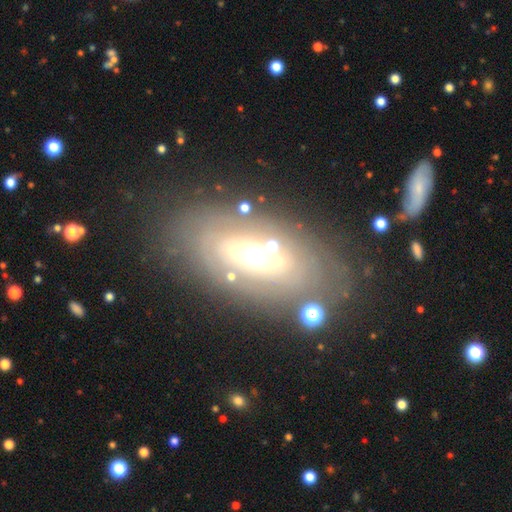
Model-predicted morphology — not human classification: A featured or disk galaxy (66%) with no bar (71%), no spiral arms (57%) and a moderate central bulge (57%).

Vote fractions:
- Smooth or featured? featured or disk: 66% / smooth: 24% / star or artifact: 10%
- Edge-on disk? no: 87% / yes: 13%
- Bar? no: 71% / weak: 19% / strong: 10%
- Spiral arms? no: 57% / yes: 43%
- Bulge size? moderate: 57% / large: 27% / small: 11% / dominant: 4% / none: 2%
- Merging? none: 74% / minor disturbance: 15% / major disturbance: 8% / merger: 4%